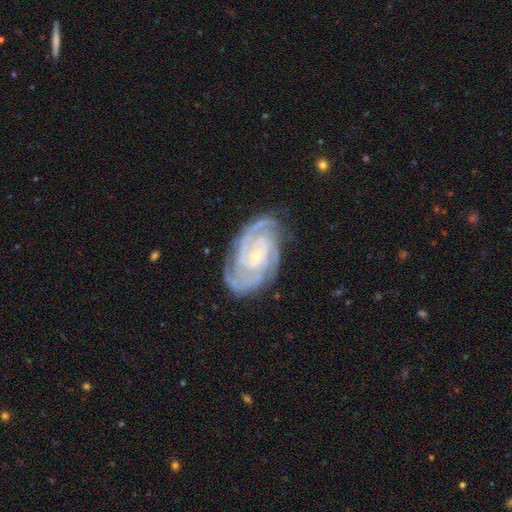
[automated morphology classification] type=featured or disk (90%); edge-on=no (97%); bar=no (60%); spiral arms=yes (98%); winding=tight (73%); arm count=2 (33%); bulge=small (80%); merging=none (77%).